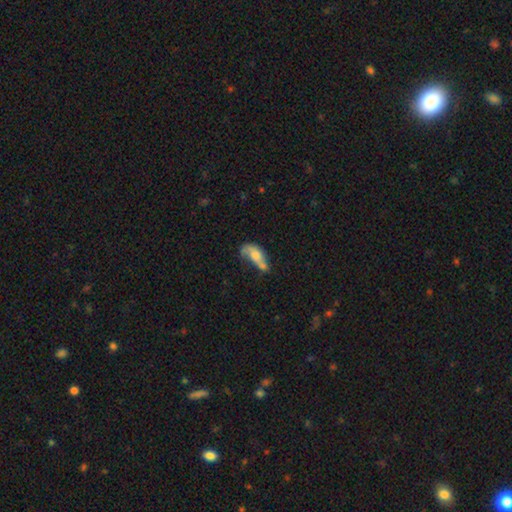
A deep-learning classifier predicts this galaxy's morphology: Overall: smooth (53%; featured or disk 38%). How rounded: in between (82%). Merging: merger (28%, tied with major disturbance).